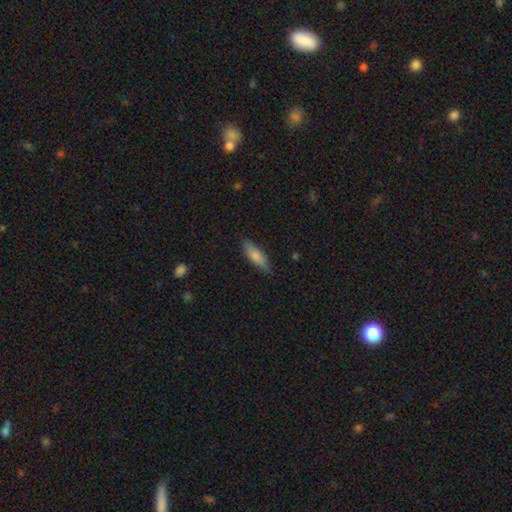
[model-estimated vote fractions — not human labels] This appears to be a smooth galaxy with no disk features (78%) that is in between round and cigar-shaped (54%). Merging: none (83%).